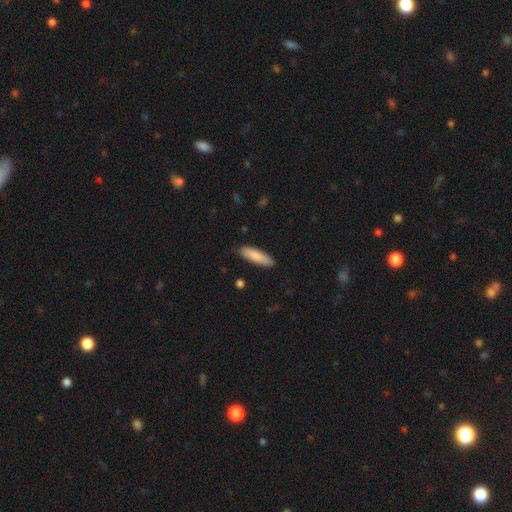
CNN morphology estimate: This appears to be a smooth galaxy with no disk features (84%) that is cigar-shaped (63%). Merging: none (87%).